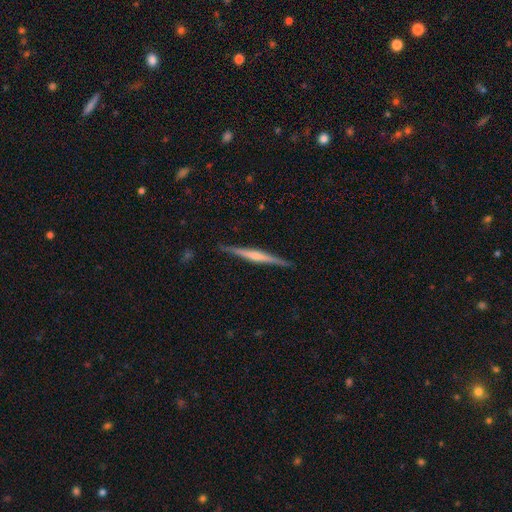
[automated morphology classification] type=featured or disk (69%); edge-on=yes (98%); edge-on bulge=rounded (48%); merging=none (90%).